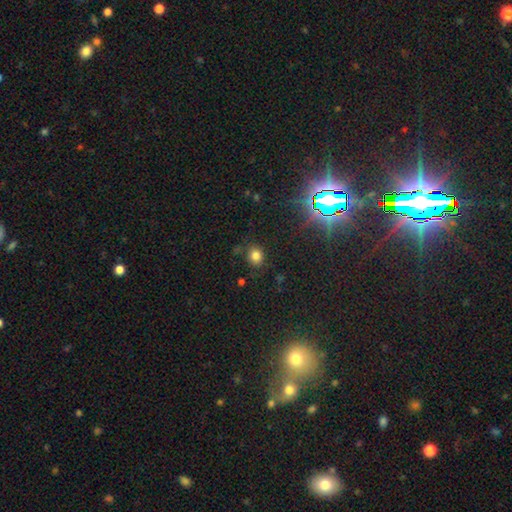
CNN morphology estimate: This is likely a smooth galaxy (78%). How rounded: likely round (70%). Merging: clearly none (81%).